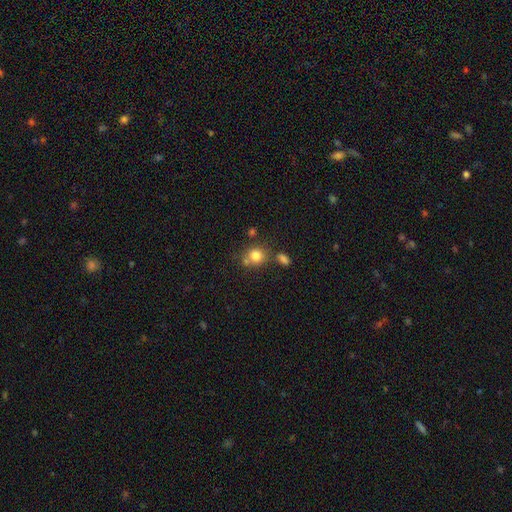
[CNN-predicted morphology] A smooth galaxy with no disk features (80%) that is round (80%).

Vote fractions:
- Smooth or featured? smooth: 80% / star or artifact: 11% / featured or disk: 9%
- How rounded? round: 80% / in between: 19% / cigar-shaped: 1%
- Merging? none: 60% / merger: 21% / minor disturbance: 13% / major disturbance: 5%